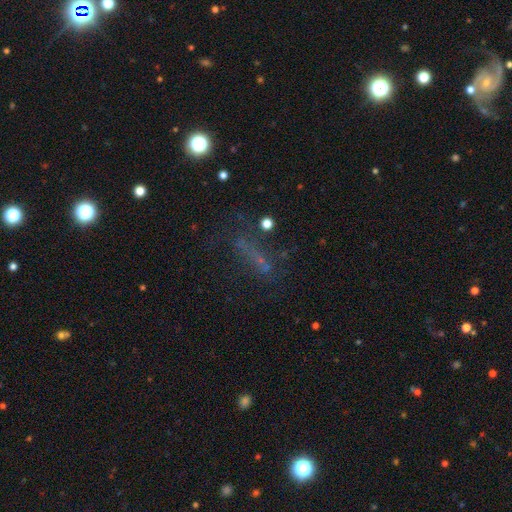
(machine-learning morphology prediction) Q: Smooth or featured?
A: smooth (38%); runner-up: star or artifact (34%)
Q: Merging?
A: none (53%); runner-up: major disturbance (22%)